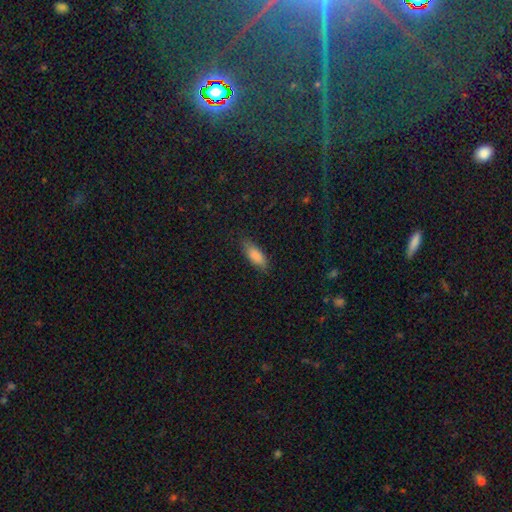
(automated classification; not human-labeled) This appears to be a smooth galaxy with no disk features (86%) that is in between round and cigar-shaped (78%). Merging: none (79%).